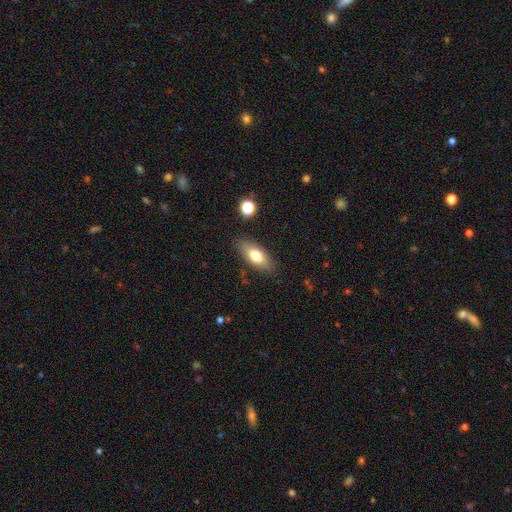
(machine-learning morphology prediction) type=smooth (74%); roundness=in between (82%); merging=none (84%).